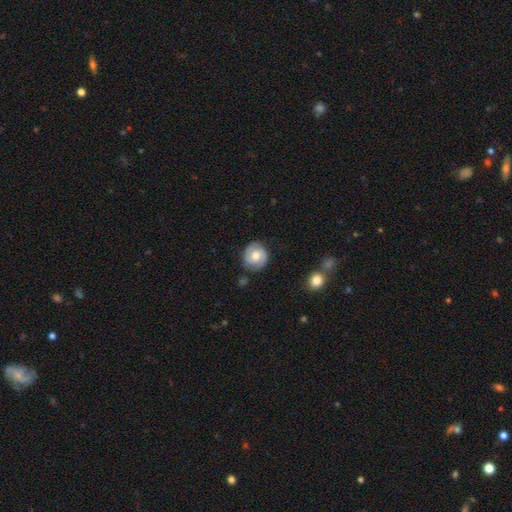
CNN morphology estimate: Smooth or featured? Predicted: featured or disk (p=0.54). Edge-on disk? Predicted: no (p=0.97). Bar? Predicted: no (p=0.60). Spiral arms? Predicted: yes (p=0.85). Bulge size? Predicted: moderate (p=0.73). Merging? Predicted: none (p=0.79).